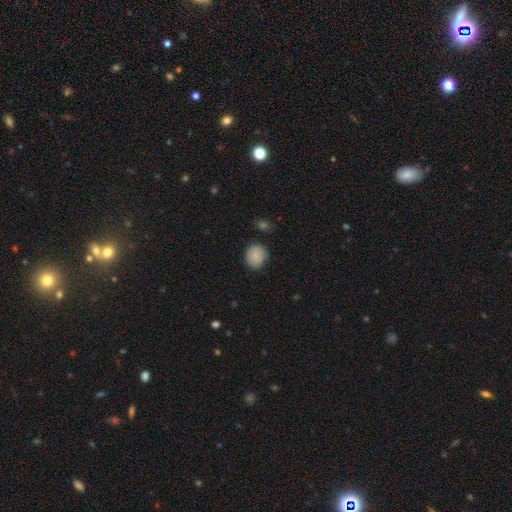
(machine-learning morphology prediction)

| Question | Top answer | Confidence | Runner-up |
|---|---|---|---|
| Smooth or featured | smooth | 87% | star or artifact (8%) |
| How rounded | round | 80% | in between (19%) |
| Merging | none | 82% | minor disturbance (13%) |